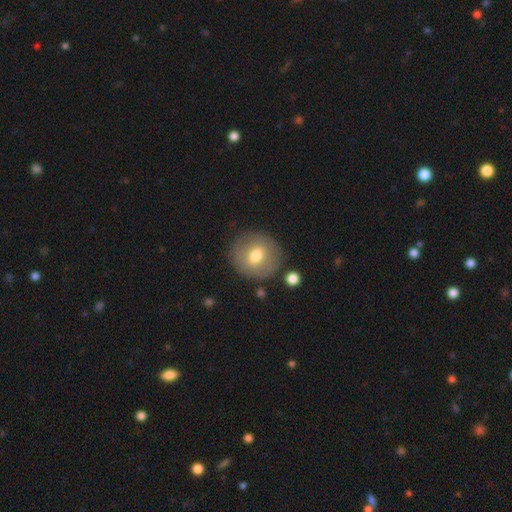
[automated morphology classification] smooth_or_featured: smooth (p=0.64) [alt: featured or disk p=0.28]
how_rounded: round (p=0.89) [alt: in between p=0.10]
merging: none (p=0.84) [alt: minor disturbance p=0.10]